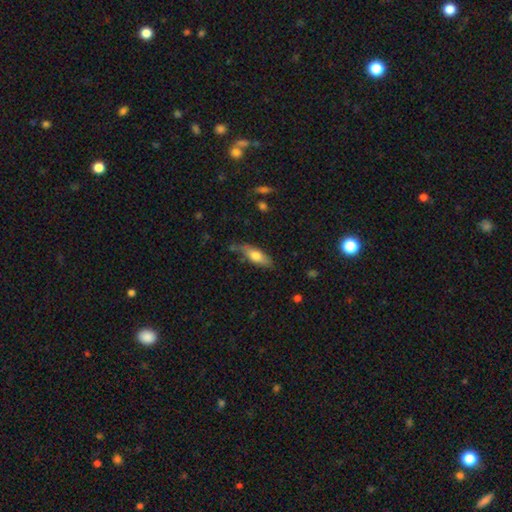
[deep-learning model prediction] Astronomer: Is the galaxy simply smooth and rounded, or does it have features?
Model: smooth — 67%.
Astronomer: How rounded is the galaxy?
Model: in between — 56% (runner-up: cigar-shaped, 41%).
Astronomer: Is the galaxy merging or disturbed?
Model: none — 64%.